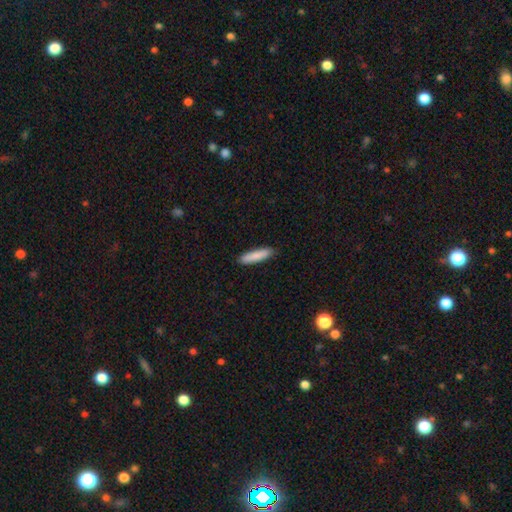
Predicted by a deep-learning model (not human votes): Q: Smooth or featured?
A: smooth (88%); runner-up: featured or disk (7%)
Q: How rounded?
A: cigar-shaped (80%); runner-up: in between (19%)
Q: Merging?
A: none (90%); runner-up: minor disturbance (8%)